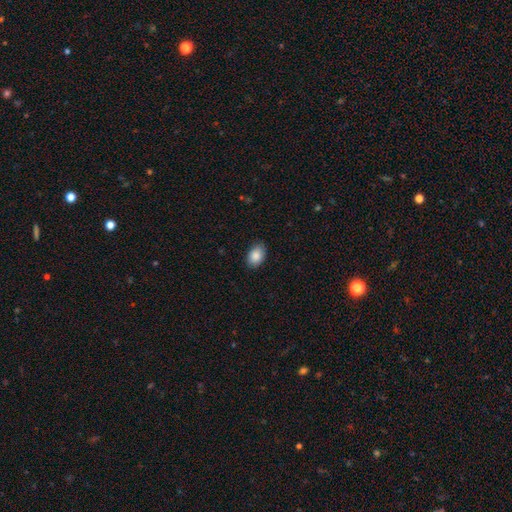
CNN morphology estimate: type=smooth (88%); roundness=in between (85%); merging=none (85%).